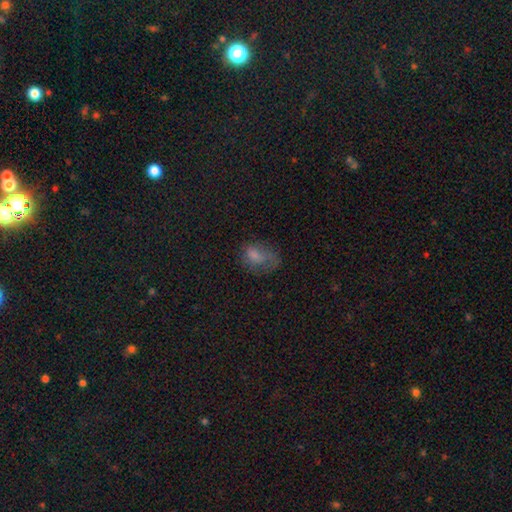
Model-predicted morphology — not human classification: smooth 69%, featured or disk 17%, star or artifact 13%. Down the decision tree: how rounded — in between (76%); merging — none (37%).